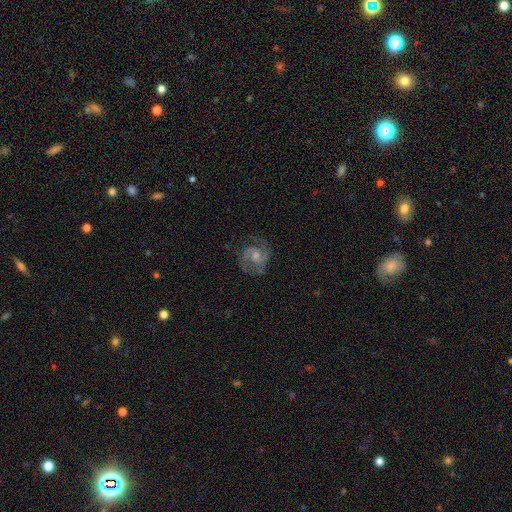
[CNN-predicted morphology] This is clearly a featured or disk galaxy (87%). It is clearly not viewed edge-on (98%). Bar: possibly no (46%). Spiral arm pattern: clearly yes (98%). Spiral arm count: clearly 2 (83%). Spiral winding: possibly medium (56%). Central bulge: possibly small (47%). Merging: clearly none (80%).